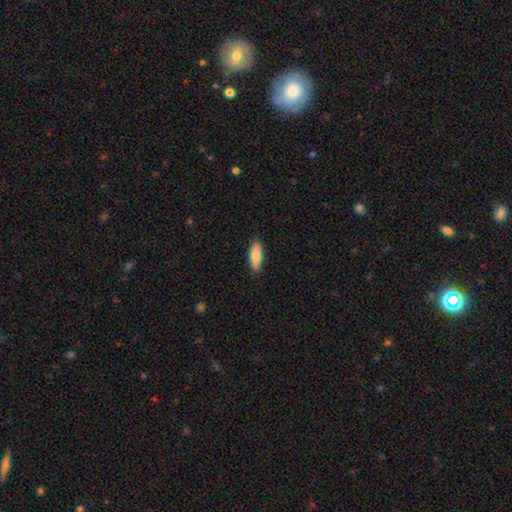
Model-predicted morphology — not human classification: Overall: smooth (84%). How rounded: in between (64%; cigar-shaped 34%). Merging: none (89%).